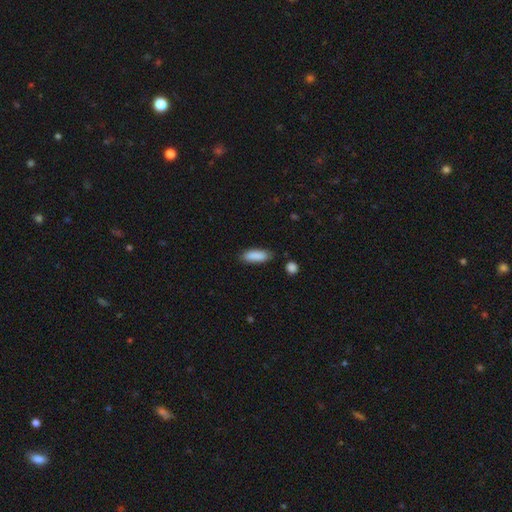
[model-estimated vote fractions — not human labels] smooth 89%, star or artifact 6%, featured or disk 5%. Down the decision tree: how rounded — in between (62%); merging — none (81%).